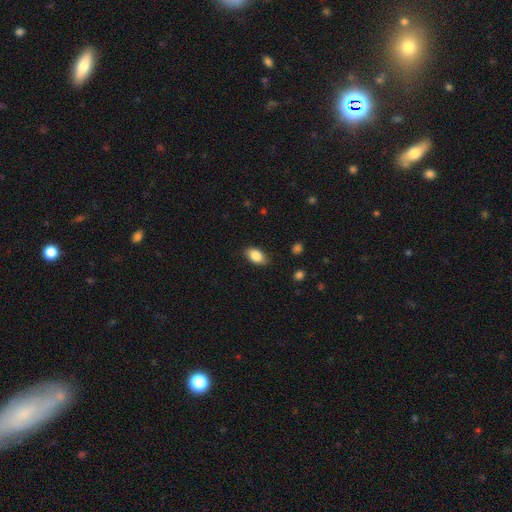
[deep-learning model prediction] Q: Smooth or featured?
A: smooth (87%); runner-up: star or artifact (7%)
Q: How rounded?
A: in between (89%); runner-up: round (9%)
Q: Merging?
A: none (83%); runner-up: minor disturbance (13%)